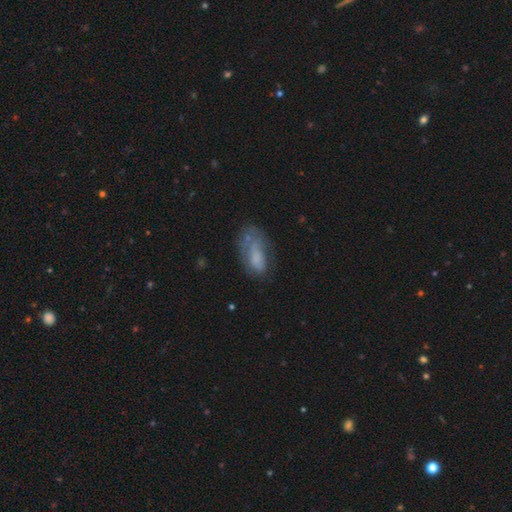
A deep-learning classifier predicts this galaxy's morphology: Smooth or featured?
  - smooth: 61% *
  - featured or disk: 29%
  - star or artifact: 10%
How rounded?
  - in between: 83% *
  - cigar-shaped: 13%
  - round: 3%
Merging?
  - none: 41% *
  - minor disturbance: 29%
  - major disturbance: 25%
  - merger: 5%